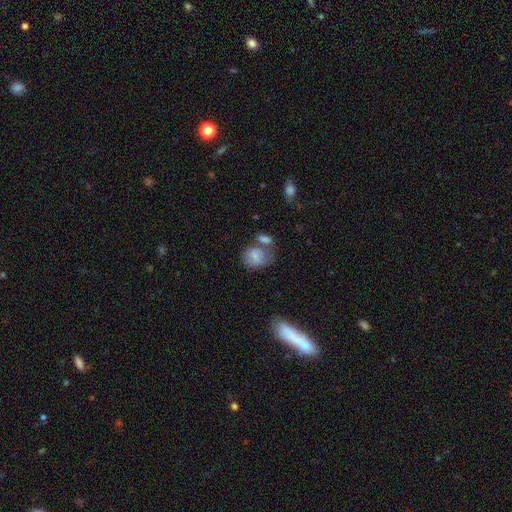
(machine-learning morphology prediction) Q: Smooth or featured?
A: smooth (77%); runner-up: featured or disk (15%)
Q: How rounded?
A: in between (54%); runner-up: round (45%)
Q: Merging?
A: none (37%); runner-up: merger (34%)